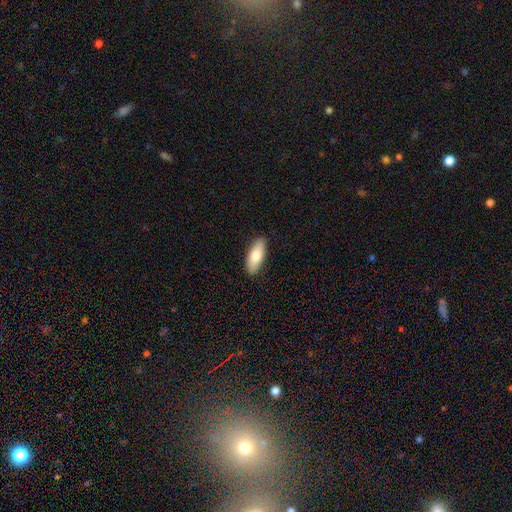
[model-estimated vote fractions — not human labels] Smooth or featured? Predicted: smooth (p=0.79). How rounded? Predicted: in between (p=0.74). Merging? Predicted: none (p=0.90).